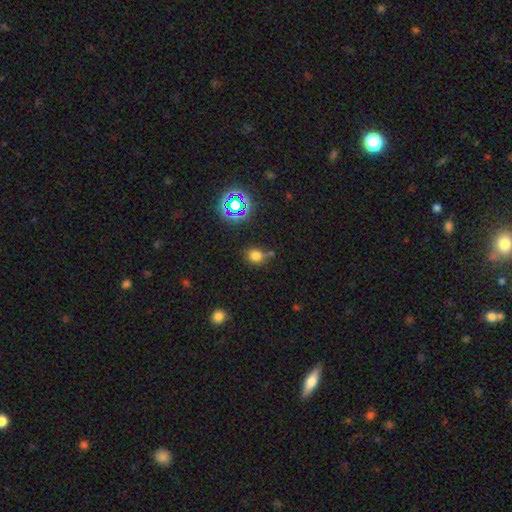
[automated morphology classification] This is likely a smooth galaxy (72%). How rounded: likely round (73%). Merging: likely none (65%).